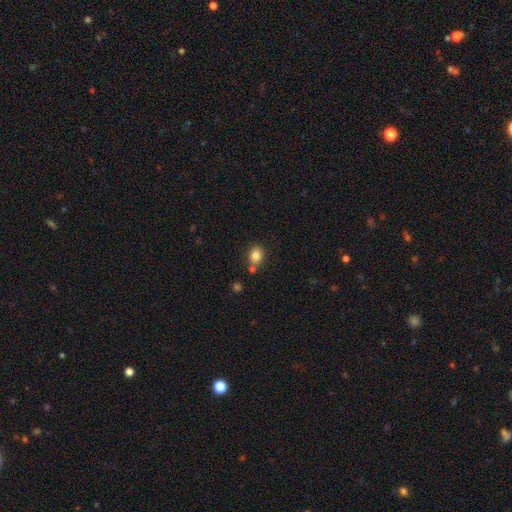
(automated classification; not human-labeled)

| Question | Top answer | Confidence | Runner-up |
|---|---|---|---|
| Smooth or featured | smooth | 83% | star or artifact (10%) |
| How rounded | round | 51% | in between (48%) |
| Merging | none | 72% | merger (14%) |